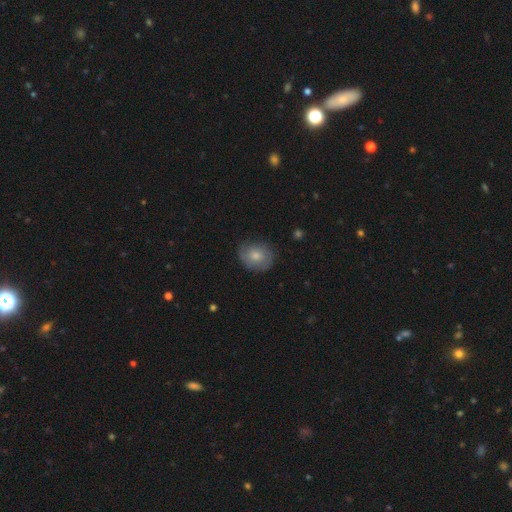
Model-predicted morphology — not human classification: This is likely a smooth galaxy (66%). How rounded: likely round (64%). Merging: likely none (72%).